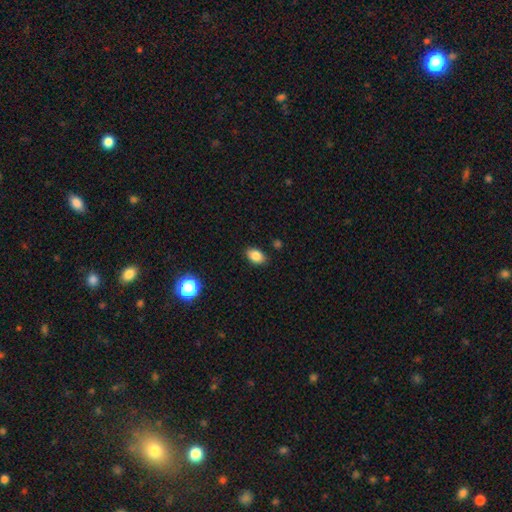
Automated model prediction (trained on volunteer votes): The model was most divided on "how rounded": in between: 86%, round: 13%, cigar-shaped: 1%. More confident: merging — none (86%); smooth or featured — smooth (85%).